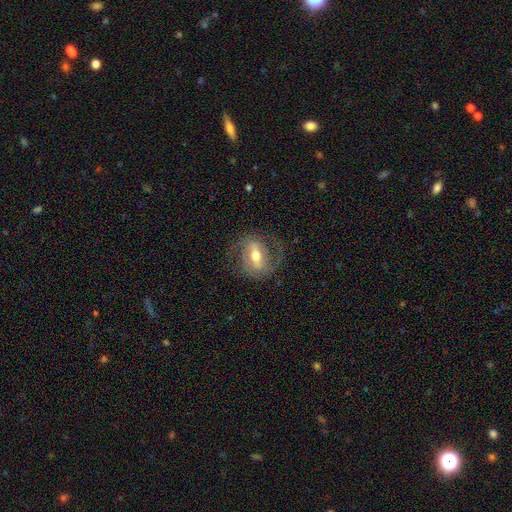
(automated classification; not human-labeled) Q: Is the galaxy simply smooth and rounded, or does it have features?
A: featured or disk — 80%.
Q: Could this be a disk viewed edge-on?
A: no — 94%.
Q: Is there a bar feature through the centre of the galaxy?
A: strong — 52%.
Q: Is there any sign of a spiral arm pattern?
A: yes — 89%.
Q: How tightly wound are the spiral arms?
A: medium — 49%.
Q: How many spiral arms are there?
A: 2 — 84%.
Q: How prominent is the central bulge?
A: moderate — 71%.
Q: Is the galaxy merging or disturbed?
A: none — 72%.